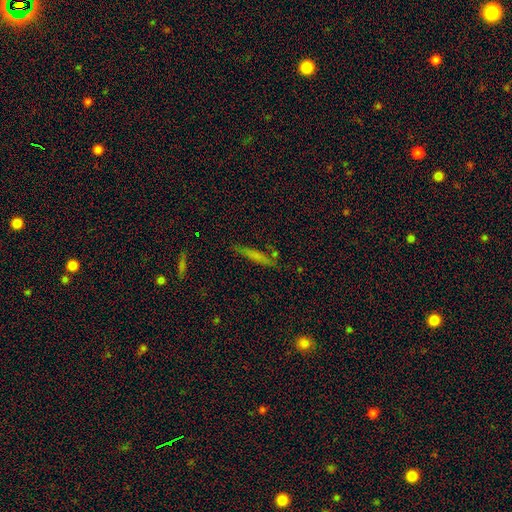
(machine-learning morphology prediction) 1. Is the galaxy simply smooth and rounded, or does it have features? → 58% smooth, 28% featured or disk, 14% star or artifact.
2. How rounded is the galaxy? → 88% cigar-shaped, 9% in between, 3% round.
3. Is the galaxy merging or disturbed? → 75% none, 16% minor disturbance, 5% merger, 4% major disturbance.